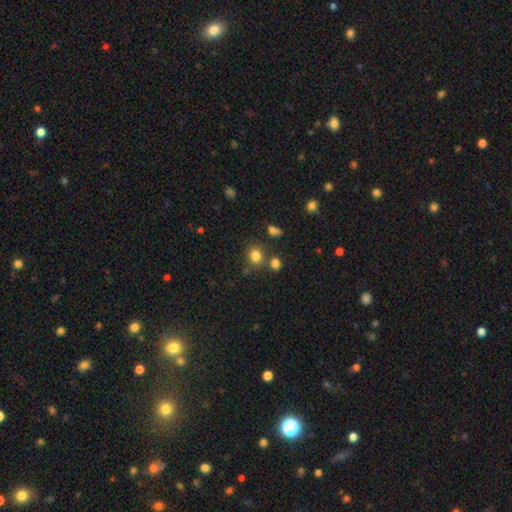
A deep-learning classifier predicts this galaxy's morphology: smooth_or_featured: smooth (p=0.81) [alt: star or artifact p=0.13]
how_rounded: round (p=0.66) [alt: in between p=0.33]
merging: none (p=0.70) [alt: merger p=0.14]